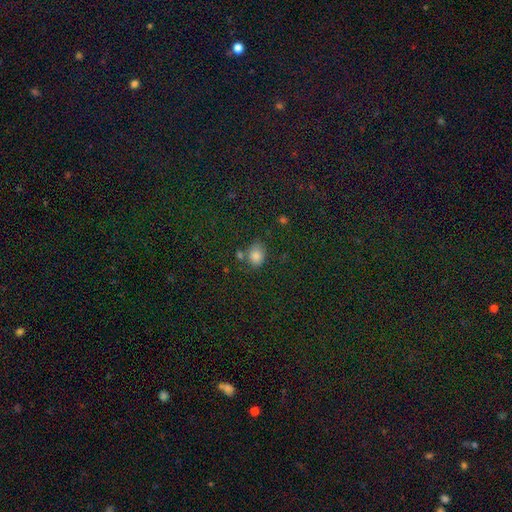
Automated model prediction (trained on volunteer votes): Smooth or featured?
  - smooth: 80% *
  - star or artifact: 14%
  - featured or disk: 6%
How rounded?
  - in between: 63% *
  - round: 36%
  - cigar-shaped: 1%
Merging?
  - none: 63% *
  - minor disturbance: 18%
  - merger: 13%
  - major disturbance: 5%